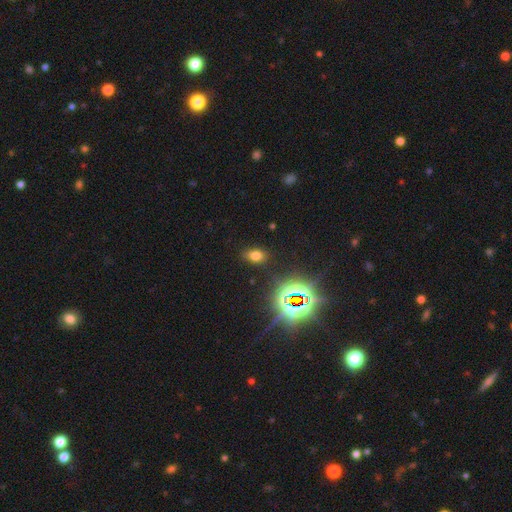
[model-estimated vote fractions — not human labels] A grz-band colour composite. It shows a smooth galaxy with no disk features (65%) that is in between round and cigar-shaped (80%). Merging: none (85%).